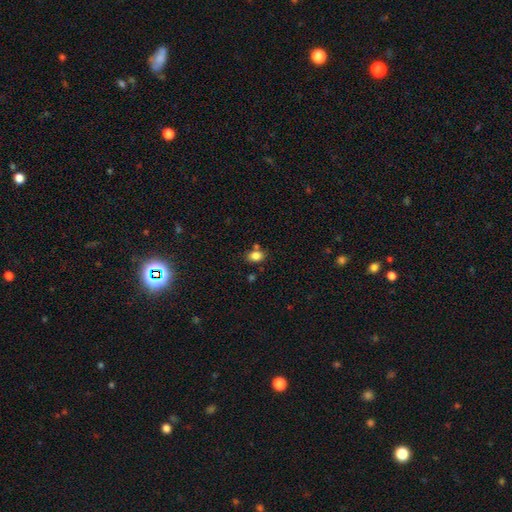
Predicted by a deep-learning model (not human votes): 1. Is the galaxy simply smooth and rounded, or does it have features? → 83% smooth, 10% star or artifact, 6% featured or disk.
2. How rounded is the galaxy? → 73% in between, 25% round, 1% cigar-shaped.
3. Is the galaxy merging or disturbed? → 70% none, 13% minor disturbance, 13% merger, 4% major disturbance.